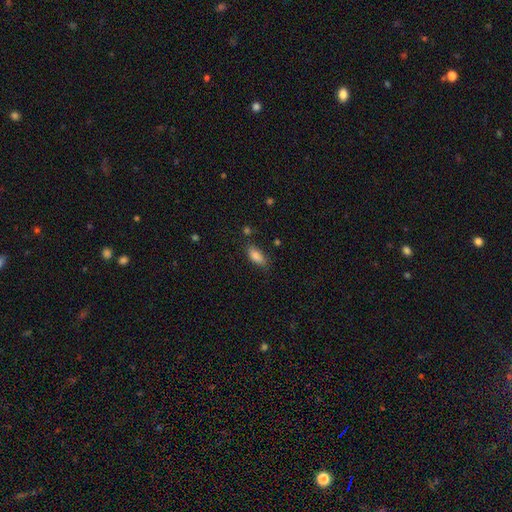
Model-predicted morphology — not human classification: Smooth or featured?
  - smooth: 85% *
  - star or artifact: 8%
  - featured or disk: 7%
How rounded?
  - in between: 86% *
  - cigar-shaped: 11%
  - round: 3%
Merging?
  - none: 78% *
  - minor disturbance: 15%
  - major disturbance: 3%
  - merger: 3%